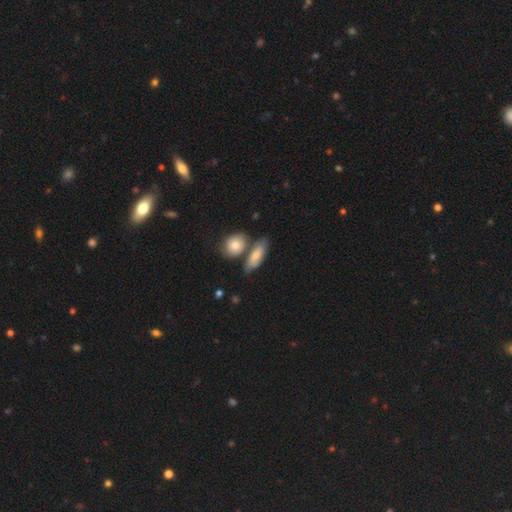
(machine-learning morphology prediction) This is likely a smooth galaxy (72%). How rounded: likely in between (70%). Merging: possibly none (55%).